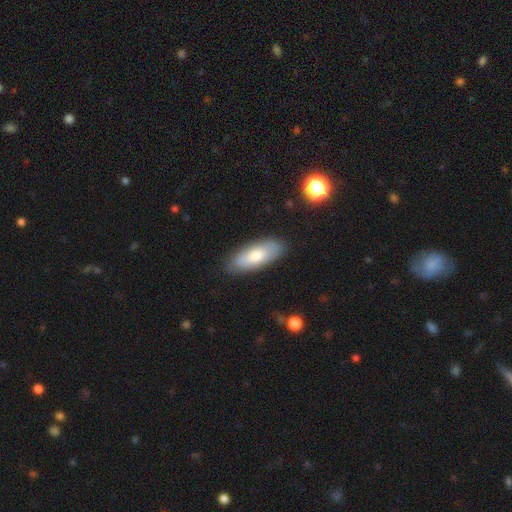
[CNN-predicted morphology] A smooth galaxy with no disk features (72%) that is in between round and cigar-shaped (78%). Merging: none (85%).